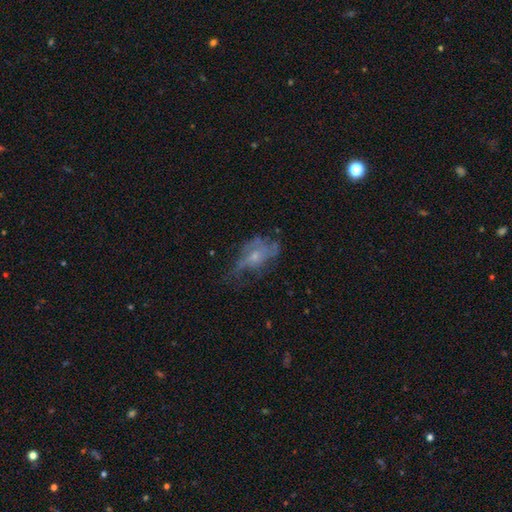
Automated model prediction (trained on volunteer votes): smooth_or_featured: featured or disk (p=0.58) [alt: smooth p=0.30]
disk_edge_on: no (p=0.94) [alt: yes p=0.06]
bar: no (p=0.79) [alt: weak p=0.18]
has_spiral_arms: yes (p=0.50) [tied with: no p=0.50]
bulge_size: small (p=0.59) [alt: moderate p=0.29]
merging: none (p=0.36) [alt: major disturbance p=0.35]